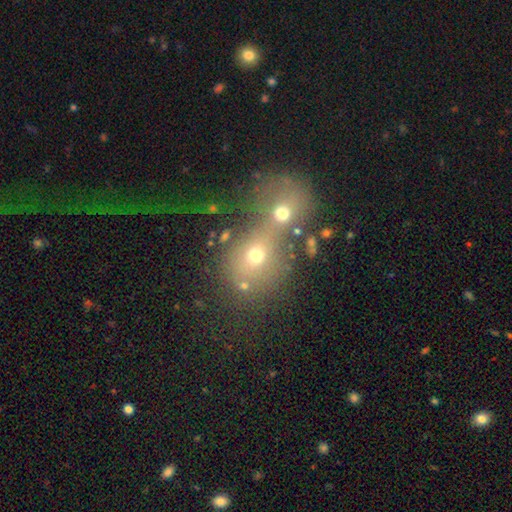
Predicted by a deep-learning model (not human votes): A smooth galaxy with no disk features (61%) that is round (68%). Merging: merger (66%).